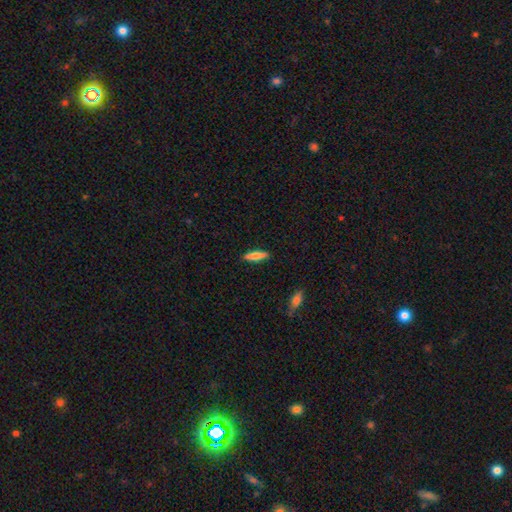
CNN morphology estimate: A smooth galaxy with no disk features (77%) that is cigar-shaped (71%). Merging: none (90%).